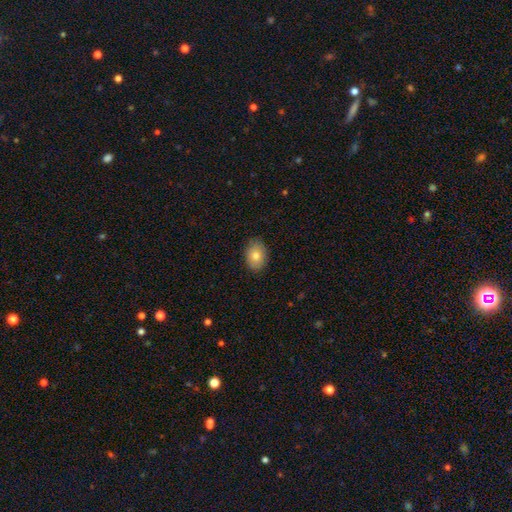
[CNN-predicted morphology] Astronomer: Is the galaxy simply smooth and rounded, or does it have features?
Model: smooth — 79%.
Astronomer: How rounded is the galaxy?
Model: in between — 75%.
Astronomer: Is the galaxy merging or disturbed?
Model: none — 86%.